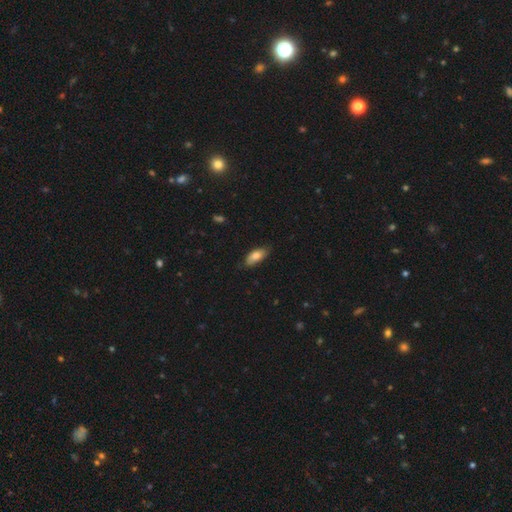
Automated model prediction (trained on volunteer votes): A smooth galaxy with no disk features (80%) that is in between round and cigar-shaped (86%).

Vote fractions:
- Smooth or featured? smooth: 80% / featured or disk: 14% / star or artifact: 6%
- How rounded? in between: 86% / cigar-shaped: 12% / round: 2%
- Merging? none: 75% / minor disturbance: 20% / major disturbance: 3% / merger: 1%